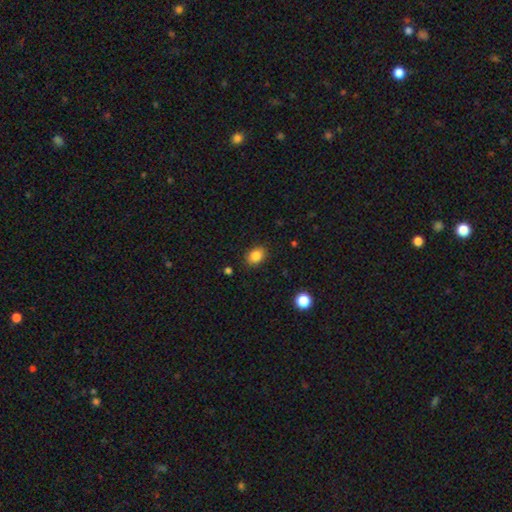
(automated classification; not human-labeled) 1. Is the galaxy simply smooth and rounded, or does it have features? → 85% smooth, 10% star or artifact, 5% featured or disk.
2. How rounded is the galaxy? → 70% in between, 29% round, 1% cigar-shaped.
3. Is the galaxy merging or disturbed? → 86% none, 10% minor disturbance, 3% major disturbance, 1% merger.